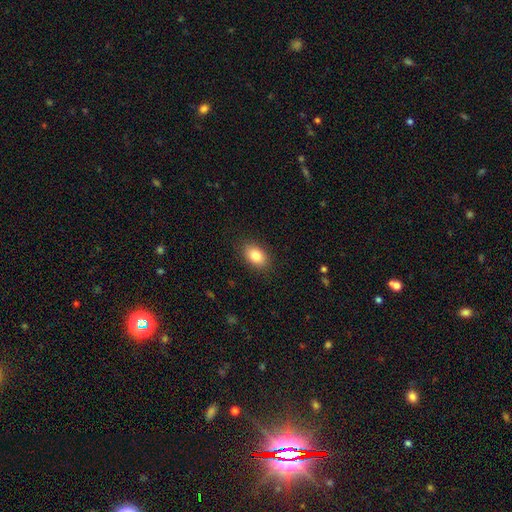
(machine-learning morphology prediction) smooth_or_featured: smooth (p=0.83) [alt: featured or disk p=0.08]
how_rounded: in between (p=0.85) [alt: round p=0.14]
merging: none (p=0.88) [alt: minor disturbance p=0.09]